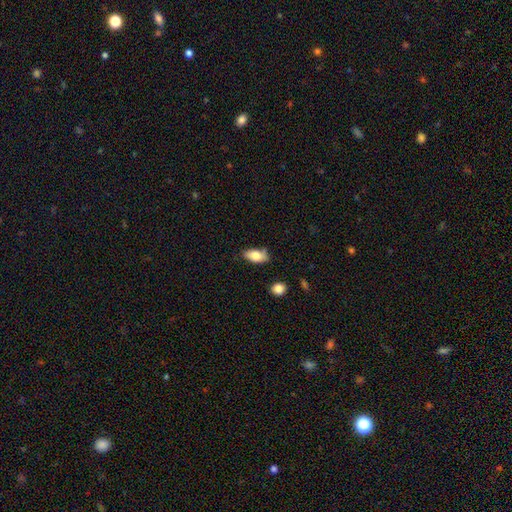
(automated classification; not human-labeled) This appears to be a smooth galaxy with no disk features (76%) that is in between round and cigar-shaped (90%). Merging: none (66%).